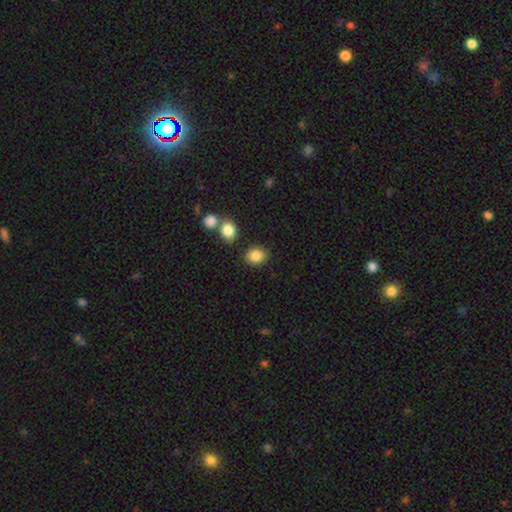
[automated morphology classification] Smooth or featured?
  - smooth: 86% *
  - star or artifact: 9%
  - featured or disk: 5%
How rounded?
  - round: 53% *
  - in between: 46%
  - cigar-shaped: 1%
Merging?
  - none: 81% *
  - minor disturbance: 10%
  - merger: 6%
  - major disturbance: 3%